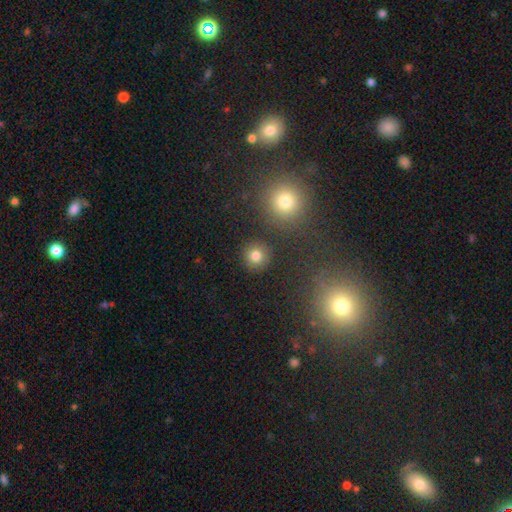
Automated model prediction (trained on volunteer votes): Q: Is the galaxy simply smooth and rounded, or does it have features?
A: smooth — 80%.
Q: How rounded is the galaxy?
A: round — 93%.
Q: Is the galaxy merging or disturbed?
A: none — 88%.